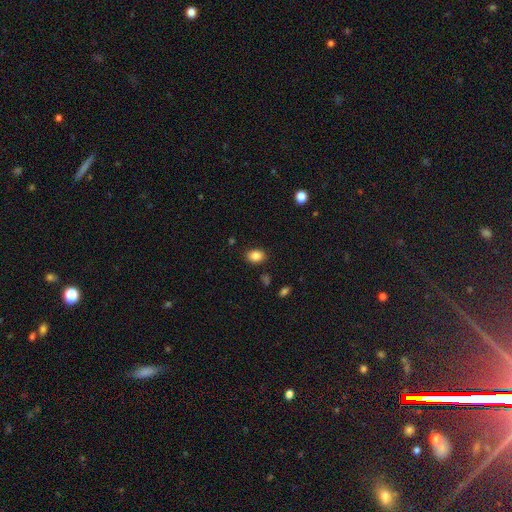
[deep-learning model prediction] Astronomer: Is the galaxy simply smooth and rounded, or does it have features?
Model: smooth — 85%.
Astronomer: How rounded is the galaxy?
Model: in between — 69%.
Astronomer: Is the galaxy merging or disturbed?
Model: none — 87%.